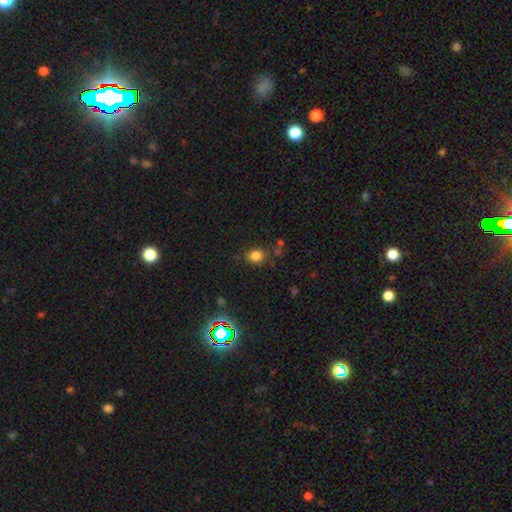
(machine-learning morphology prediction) smooth-or-featured: smooth: 80% | star or artifact: 15% | featured or disk: 6%
  how-rounded: round: 67% | in between: 32% | cigar-shaped: 1%
  merging: none: 78% | minor disturbance: 13% | major disturbance: 5% | merger: 4%